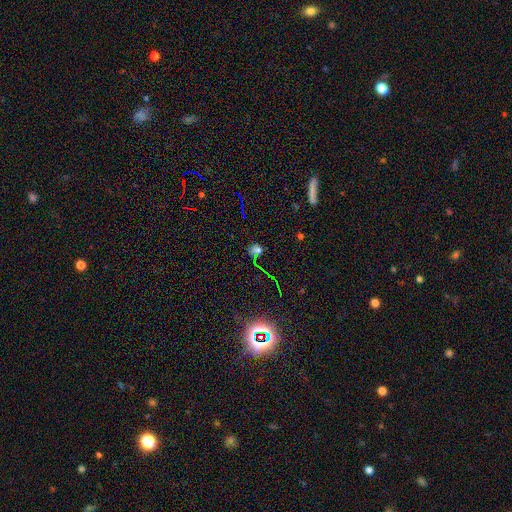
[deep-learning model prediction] A star or artifact, not a galaxy (51%).

Vote fractions:
- Smooth or featured? star or artifact: 51% / smooth: 38% / featured or disk: 11%